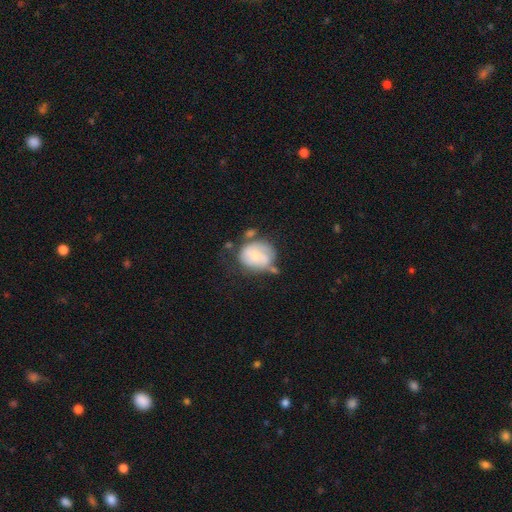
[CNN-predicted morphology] smooth-or-featured: featured or disk: 50% | smooth: 43% | star or artifact: 7%
  merging: none: 43% | minor disturbance: 27% | merger: 15% | major disturbance: 15%